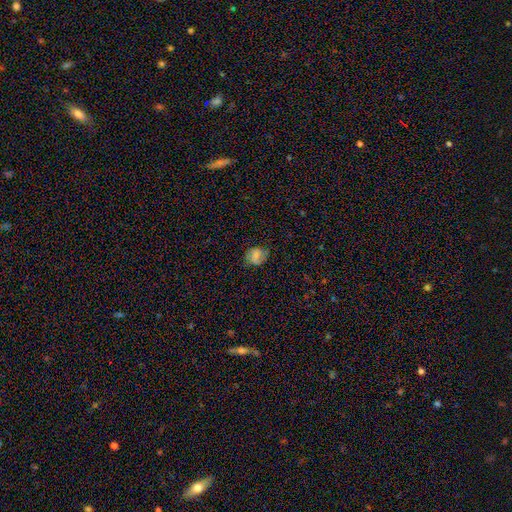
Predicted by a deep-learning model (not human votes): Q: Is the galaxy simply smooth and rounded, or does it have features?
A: smooth — 63%.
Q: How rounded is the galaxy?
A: round — 56%.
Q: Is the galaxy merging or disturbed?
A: none — 66%.